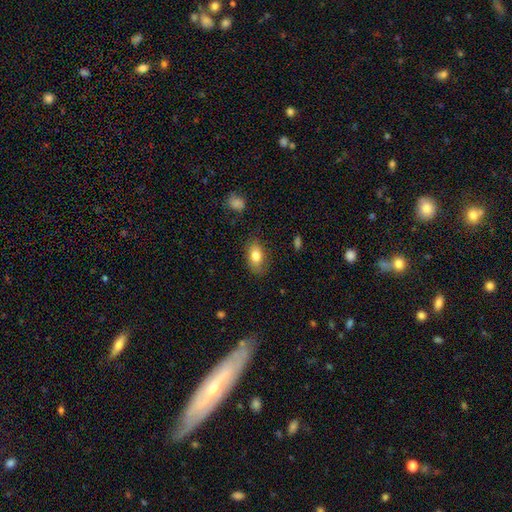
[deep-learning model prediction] Q: Smooth or featured?
A: smooth (79%); runner-up: featured or disk (13%)
Q: How rounded?
A: in between (89%); runner-up: round (8%)
Q: Merging?
A: none (79%); runner-up: minor disturbance (16%)